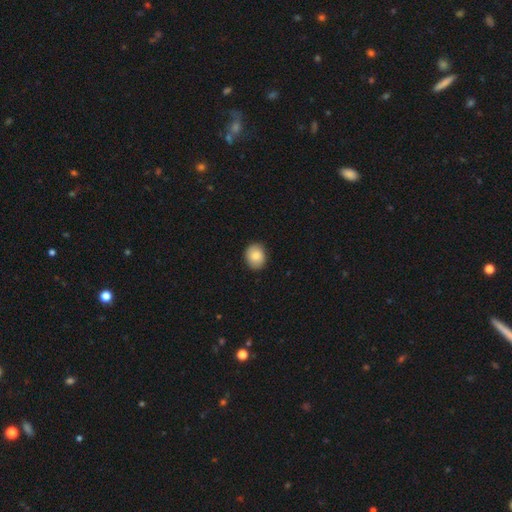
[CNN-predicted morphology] type=smooth (84%); roundness=round (61%); merging=none (88%).